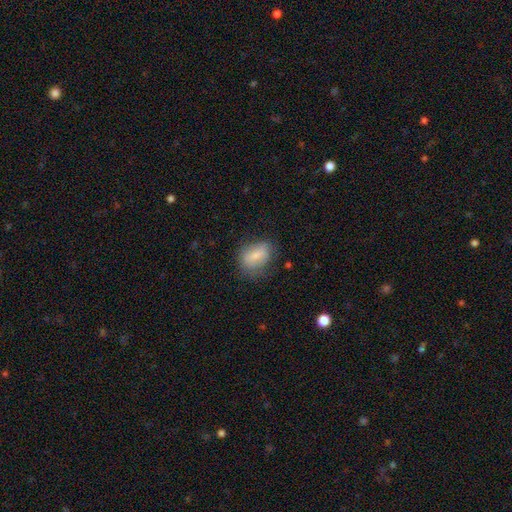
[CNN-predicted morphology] A smooth galaxy with no disk features (71%) that is in between round and cigar-shaped (76%).

Vote fractions:
- Smooth or featured? smooth: 71% / featured or disk: 21% / star or artifact: 8%
- How rounded? in between: 76% / round: 21% / cigar-shaped: 3%
- Merging? none: 63% / minor disturbance: 25% / major disturbance: 10% / merger: 2%